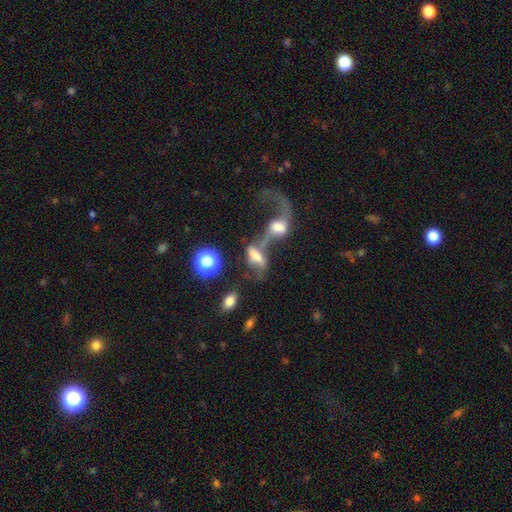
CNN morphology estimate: A smooth galaxy with no disk features (45%).

Vote fractions:
- Smooth or featured? smooth: 45% / featured or disk: 41% / star or artifact: 14%
- Merging? merger: 71% / major disturbance: 14% / none: 10% / minor disturbance: 5%